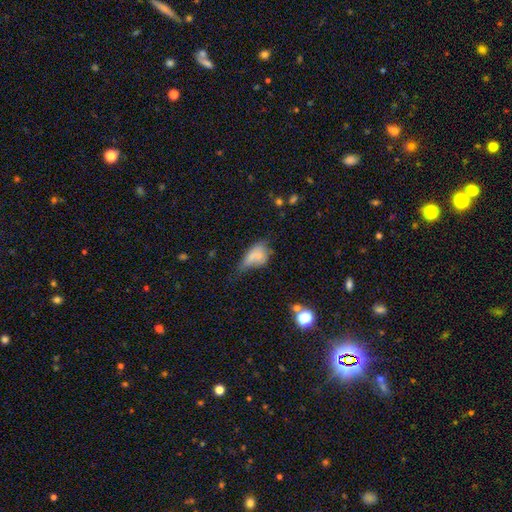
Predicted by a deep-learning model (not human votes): Morphology: type=smooth (65%); roundness=in between (80%); merging=minor disturbance (30%).